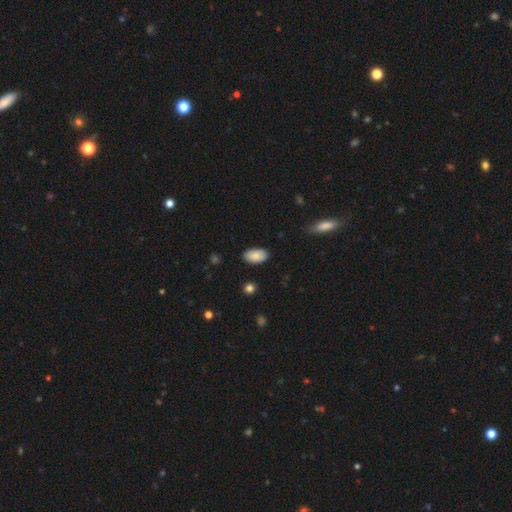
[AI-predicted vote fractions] Smooth or featured? Predicted: smooth (p=0.88). How rounded? Predicted: in between (p=0.95). Merging? Predicted: none (p=0.86).